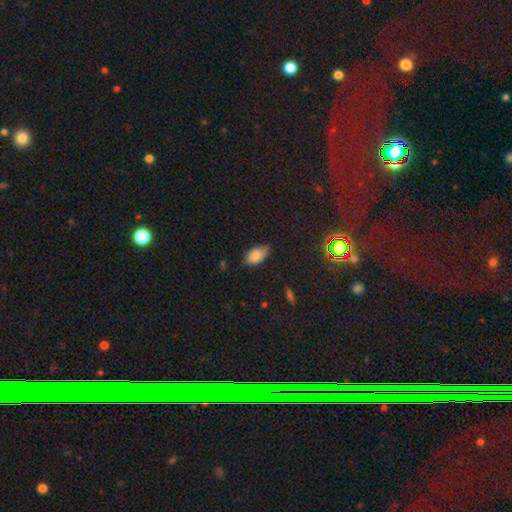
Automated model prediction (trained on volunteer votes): smooth_or_featured: smooth (p=0.82) [alt: star or artifact p=0.10]
how_rounded: in between (p=0.91) [alt: round p=0.06]
merging: none (p=0.62) [alt: minor disturbance p=0.31]